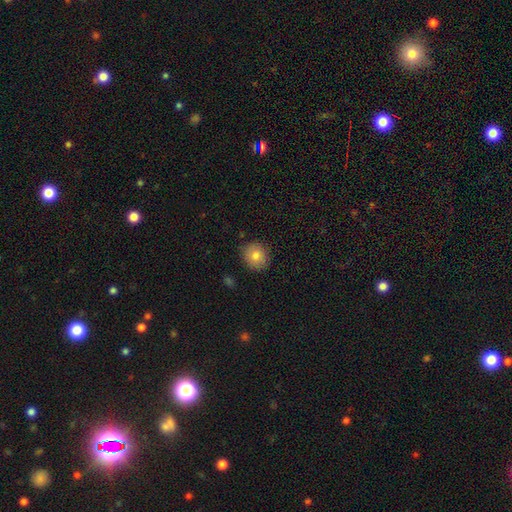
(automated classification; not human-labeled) Smooth or featured? smooth (80%)
How rounded? round (76%)
Merging? none (85%)